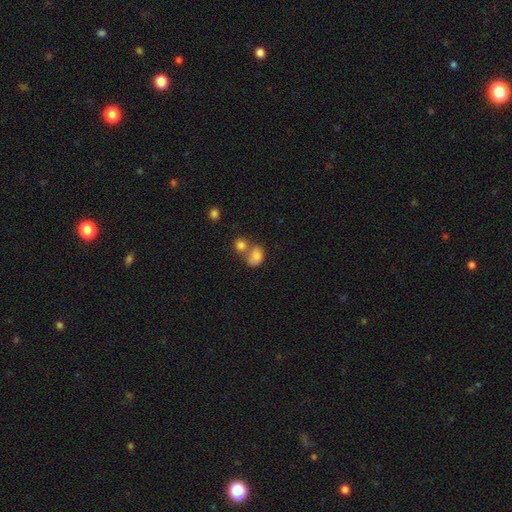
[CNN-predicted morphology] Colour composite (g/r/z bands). It shows a smooth galaxy with no disk features (82%) that is in between round and cigar-shaped (70%). Merging: merger (56%).